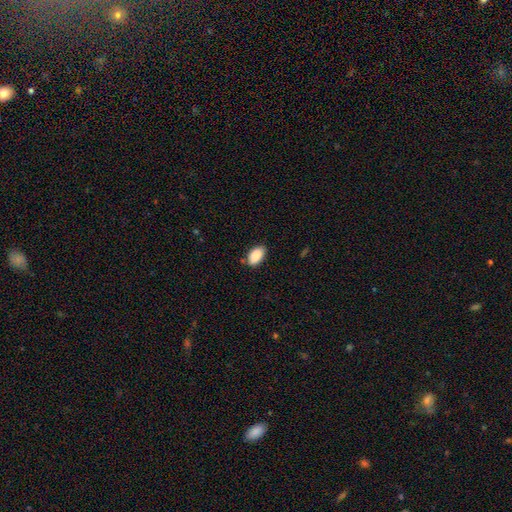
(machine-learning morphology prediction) The model was most divided on "merging": none: 81%, minor disturbance: 14%, major disturbance: 3%, merger: 2%. More confident: how rounded — in between (94%); smooth or featured — smooth (90%).